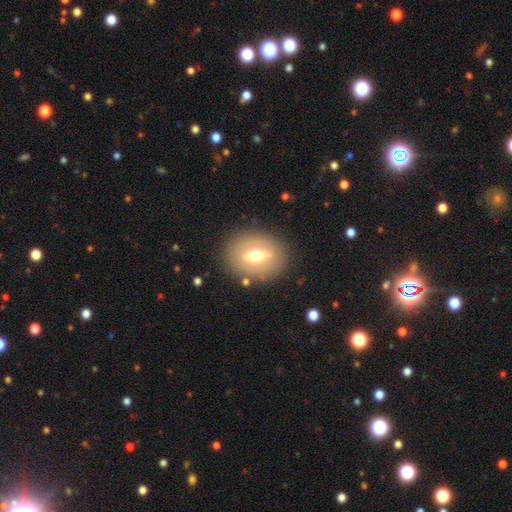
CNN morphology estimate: Overall: smooth (47%; featured or disk 45%). Merging: none (83%).